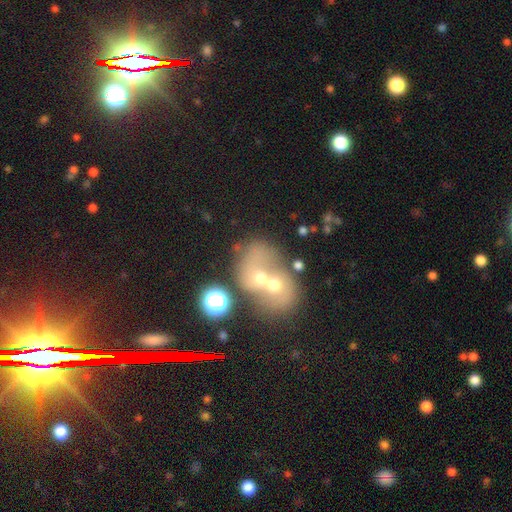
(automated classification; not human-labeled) smooth 42%, featured or disk 38%, star or artifact 20%. Down the decision tree: merging — merger (73%).